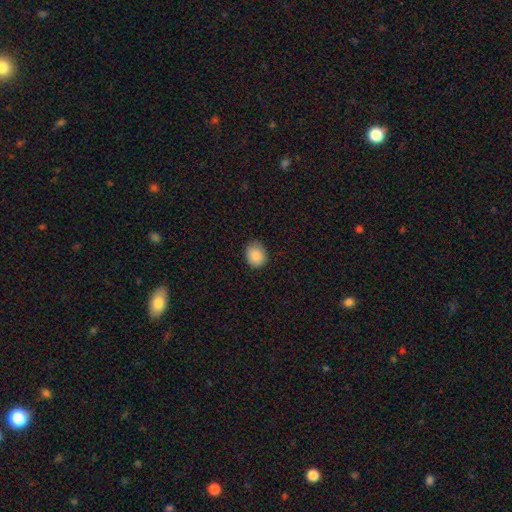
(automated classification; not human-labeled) Smooth or featured?
  - smooth: 87% *
  - star or artifact: 8%
  - featured or disk: 4%
How rounded?
  - round: 66% *
  - in between: 33%
  - cigar-shaped: 1%
Merging?
  - none: 81% *
  - minor disturbance: 16%
  - major disturbance: 2%
  - merger: 1%